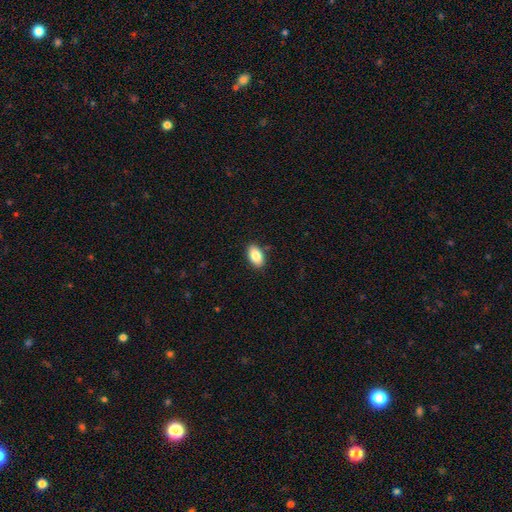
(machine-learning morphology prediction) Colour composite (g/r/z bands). It shows a smooth galaxy with no disk features (85%) that is in between round and cigar-shaped (93%). Merging: none (87%).